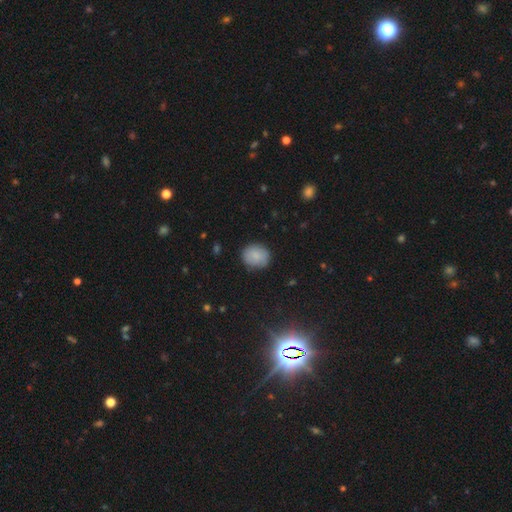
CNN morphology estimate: type=smooth (84%); roundness=round (76%); merging=none (85%).